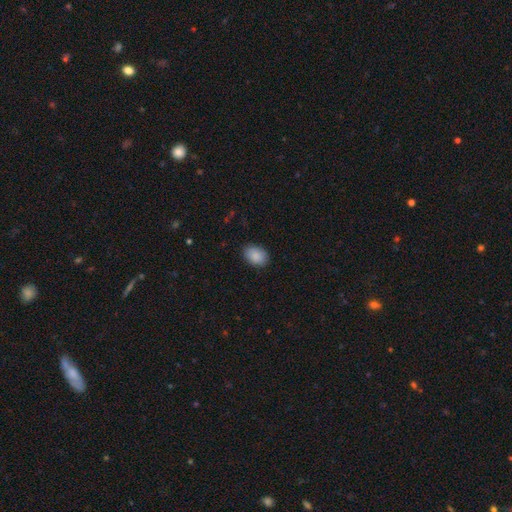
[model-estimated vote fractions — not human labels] A smooth galaxy with no disk features (89%) that is in between round and cigar-shaped (80%).

Vote fractions:
- Smooth or featured? smooth: 89% / star or artifact: 7% / featured or disk: 4%
- How rounded? in between: 80% / round: 19% / cigar-shaped: 1%
- Merging? none: 87% / minor disturbance: 10% / major disturbance: 2% / merger: 1%